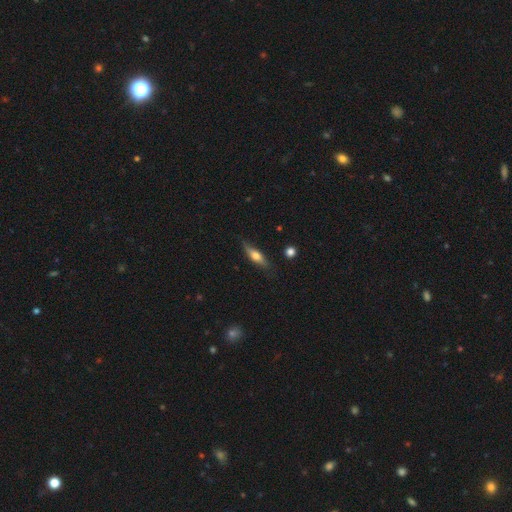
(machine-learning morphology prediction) This is possibly a smooth galaxy (48%). Merging: likely none (78%).